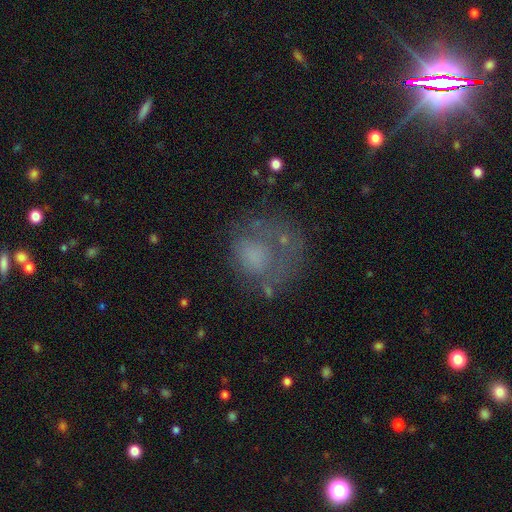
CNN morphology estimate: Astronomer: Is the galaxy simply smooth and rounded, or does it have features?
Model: smooth — 50% (runner-up: featured or disk, 35%).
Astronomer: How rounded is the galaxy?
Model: round — 70%.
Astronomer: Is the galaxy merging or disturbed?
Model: none — 44% (runner-up: major disturbance, 31%).